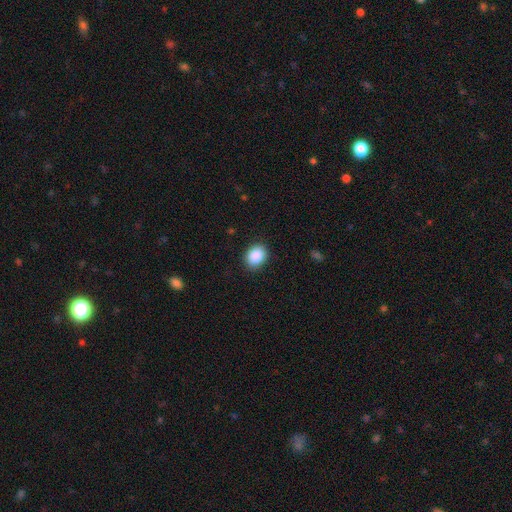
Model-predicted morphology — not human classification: smooth 88%, star or artifact 8%, featured or disk 4%. Down the decision tree: how rounded — in between (53%); merging — none (88%).